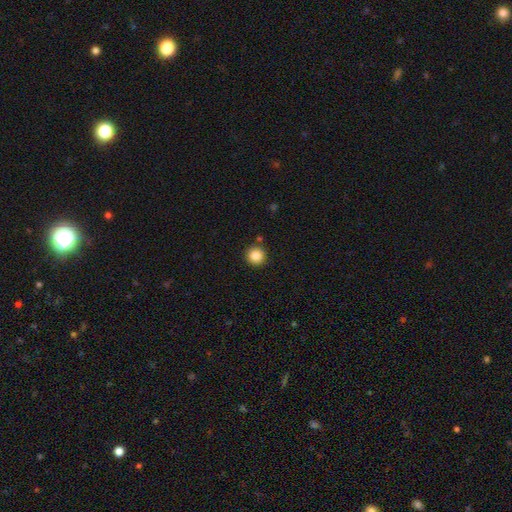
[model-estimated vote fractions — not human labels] A smooth galaxy with no disk features (86%) that is round (95%). Merging: none (88%).